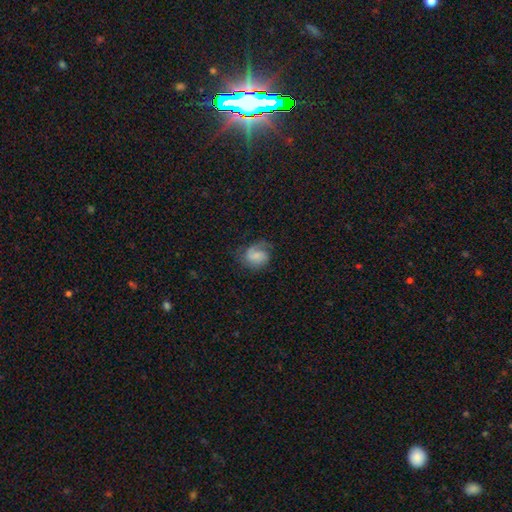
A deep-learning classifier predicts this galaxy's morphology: The model was most divided on "bulge size": small: 41%, none: 28%, moderate: 22%, large: 7%, dominant: 2%. More confident: edge-on disk — no (98%); spiral arms — yes (89%); merging — none (55%); smooth or featured — featured or disk (55%); bar — no (54%).